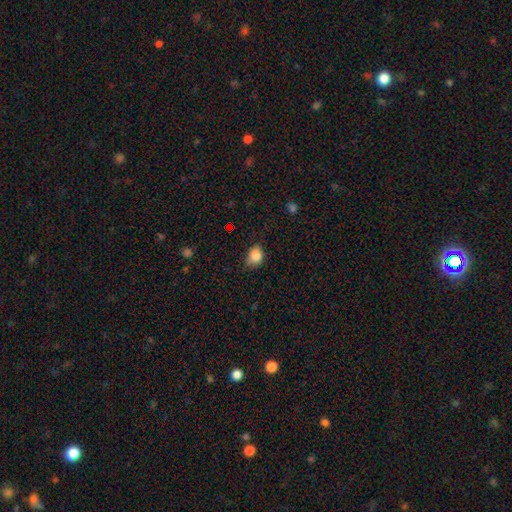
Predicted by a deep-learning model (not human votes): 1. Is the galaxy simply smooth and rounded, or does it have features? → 85% smooth, 10% star or artifact, 5% featured or disk.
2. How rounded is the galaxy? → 54% in between, 44% round, 1% cigar-shaped.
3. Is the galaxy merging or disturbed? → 67% none, 27% minor disturbance, 5% major disturbance, 1% merger.